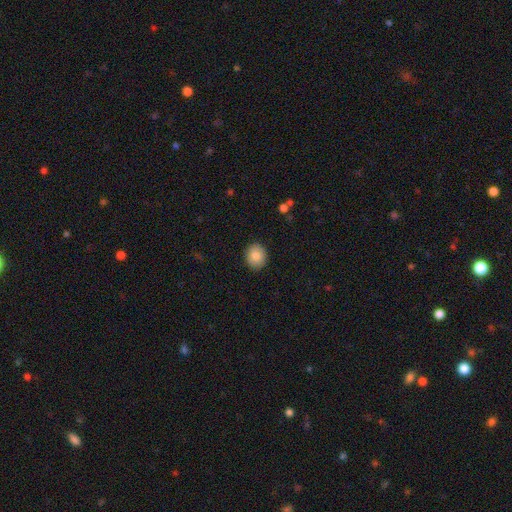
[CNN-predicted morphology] Smooth or featured?
  - smooth: 84% *
  - star or artifact: 8%
  - featured or disk: 8%
How rounded?
  - round: 70% *
  - in between: 30%
  - cigar-shaped: 1%
Merging?
  - none: 90% *
  - minor disturbance: 7%
  - major disturbance: 2%
  - merger: 1%